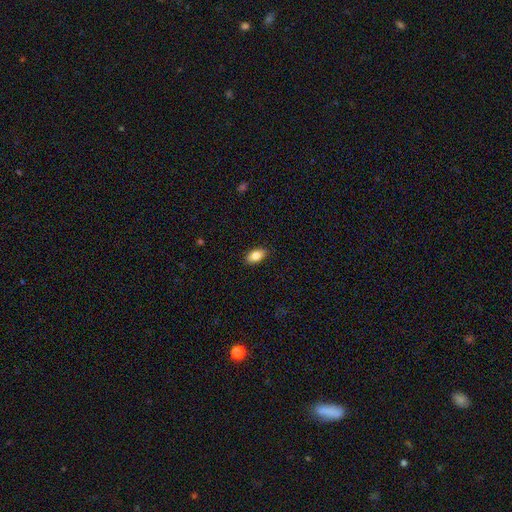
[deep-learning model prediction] This appears to be a smooth galaxy with no disk features (84%) that is in between round and cigar-shaped (91%). Merging: none (88%).